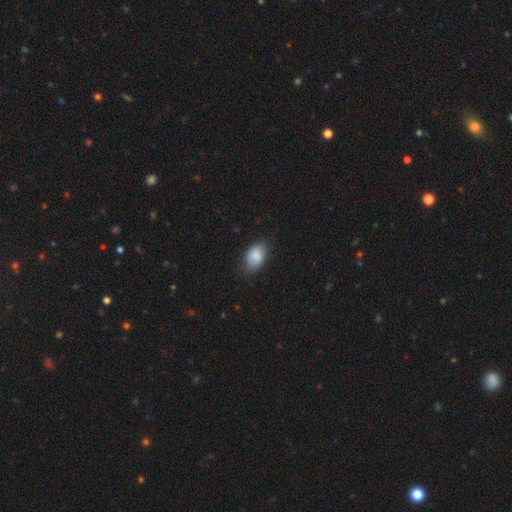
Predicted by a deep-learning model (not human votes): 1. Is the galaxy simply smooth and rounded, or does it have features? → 86% smooth, 7% featured or disk, 7% star or artifact.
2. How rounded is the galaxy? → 88% in between, 10% round, 1% cigar-shaped.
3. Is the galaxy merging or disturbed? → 75% none, 20% minor disturbance, 4% major disturbance, 1% merger.